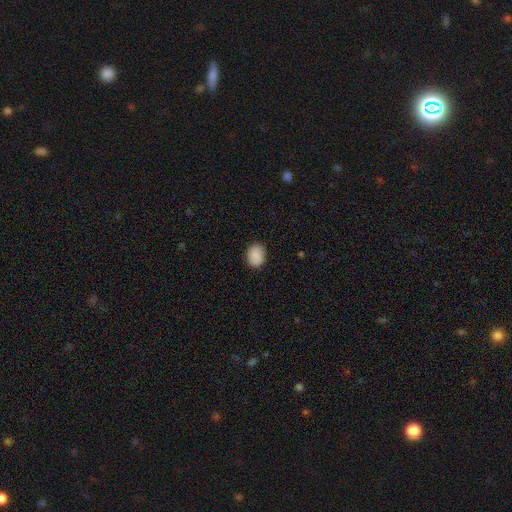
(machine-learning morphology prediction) This is clearly a smooth galaxy (89%). How rounded: likely in between (61%). Merging: clearly none (87%).